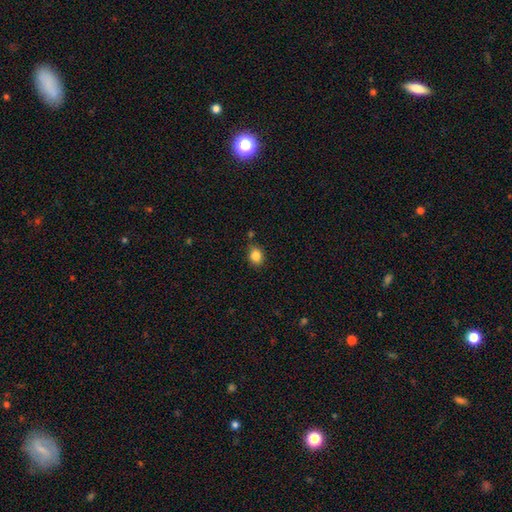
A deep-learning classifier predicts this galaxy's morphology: smooth 85%, star or artifact 10%, featured or disk 5%. Down the decision tree: how rounded — round (50%); merging — none (78%).